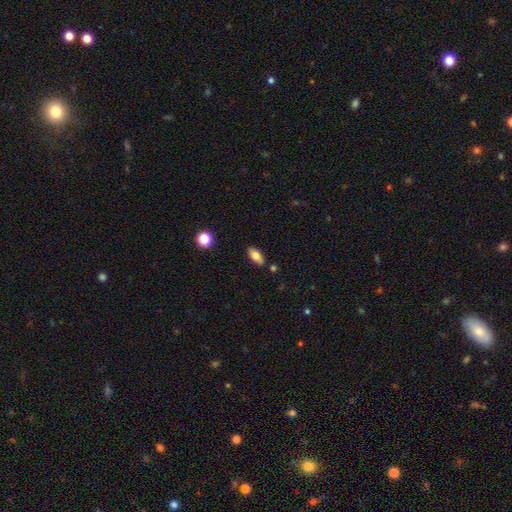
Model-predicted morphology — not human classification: This is likely a smooth galaxy (77%). How rounded: clearly in between (89%). Merging: clearly none (84%).